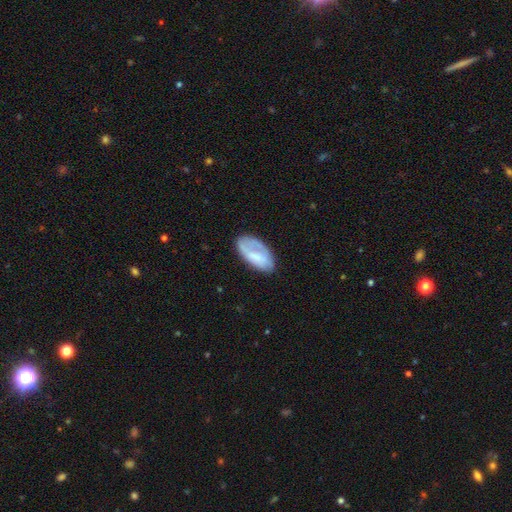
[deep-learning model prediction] Q: Smooth or featured?
A: smooth (60%); runner-up: featured or disk (33%)
Q: How rounded?
A: in between (94%); runner-up: cigar-shaped (4%)
Q: Merging?
A: none (56%); runner-up: minor disturbance (27%)